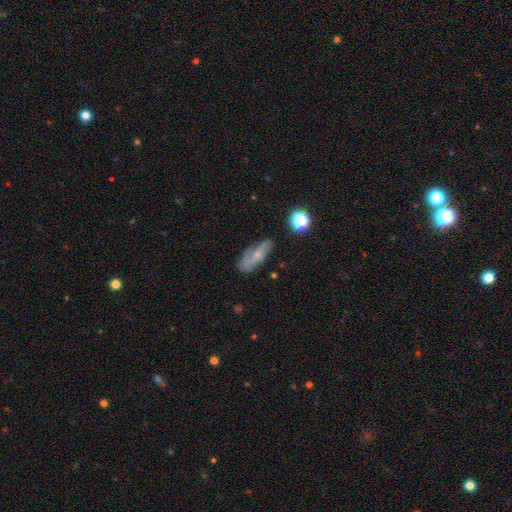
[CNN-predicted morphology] type=smooth (46%); merging=none (62%).